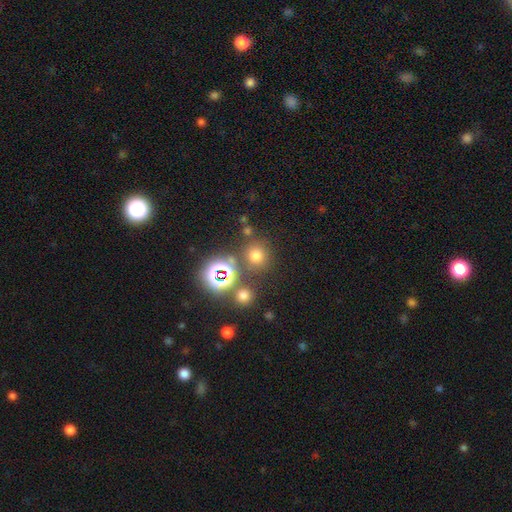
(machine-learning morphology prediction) smooth_or_featured: smooth (p=0.66) [alt: star or artifact p=0.28]
how_rounded: round (p=0.91) [alt: in between p=0.08]
merging: none (p=0.77) [alt: merger p=0.10]